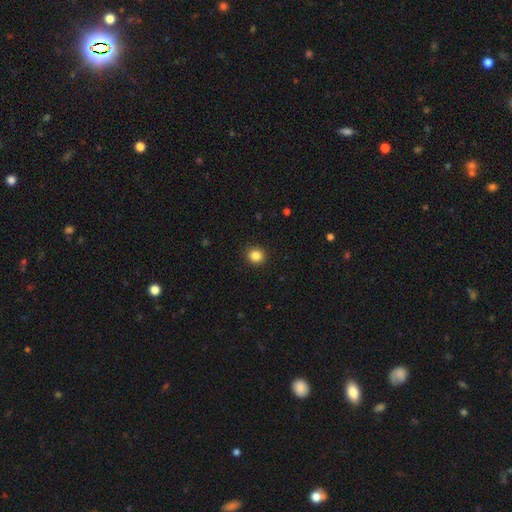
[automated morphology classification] This is clearly a smooth galaxy (85%). How rounded: clearly round (93%). Merging: clearly none (92%).